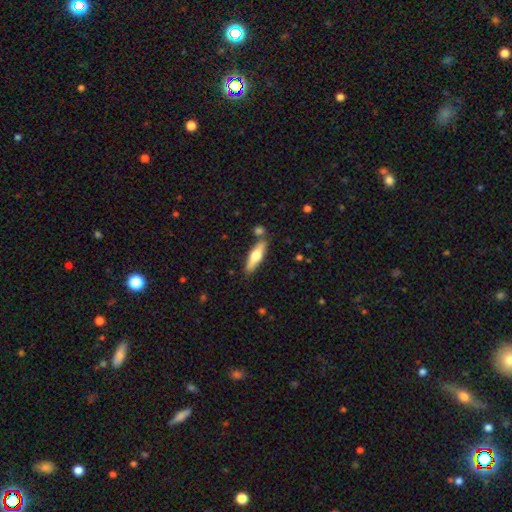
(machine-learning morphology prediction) Smooth or featured: smooth — 51% (featured or disk — 44%)
How rounded: cigar-shaped — 68% (in between — 30%)
Merging: none — 81% (minor disturbance — 11%)